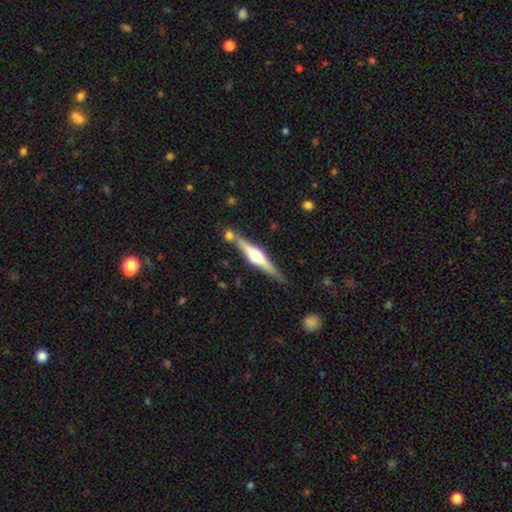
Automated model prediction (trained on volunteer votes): smooth_or_featured: featured or disk (p=0.73) [alt: smooth p=0.22]
disk_edge_on: yes (p=0.97) [alt: no p=0.03]
edge_on_bulge: rounded (p=0.94) [alt: boxy p=0.04]
merging: none (p=0.76) [alt: minor disturbance p=0.12]